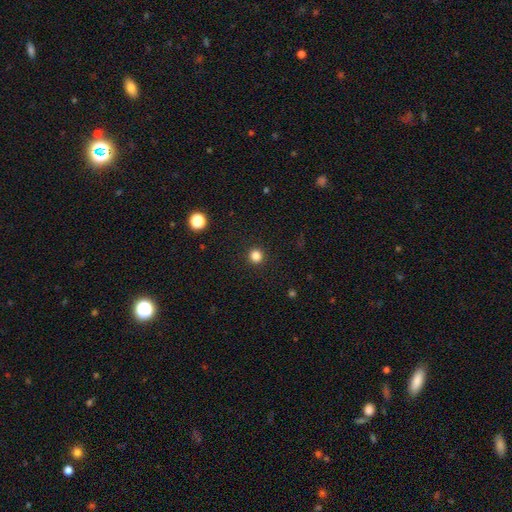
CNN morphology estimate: type=smooth (84%); roundness=round (94%); merging=none (92%).